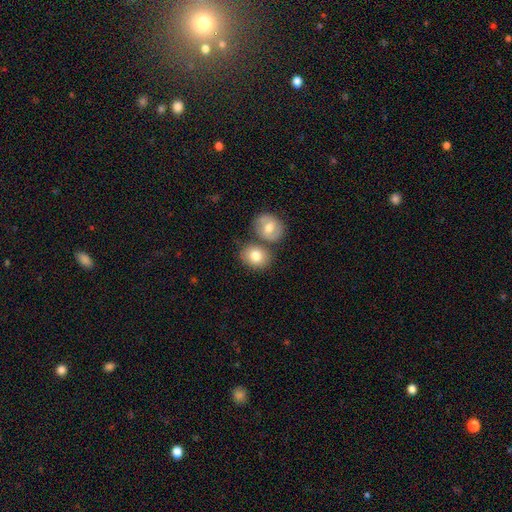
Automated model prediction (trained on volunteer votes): A smooth galaxy with no disk features (77%) that is round (50%). Merging: none (60%).